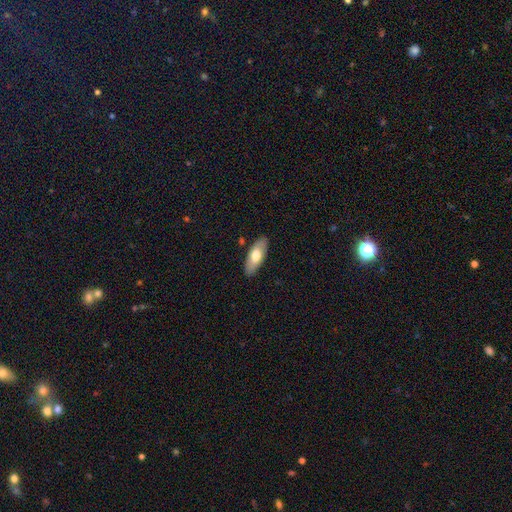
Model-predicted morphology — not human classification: Smooth or featured?
  - smooth: 66% *
  - featured or disk: 28%
  - star or artifact: 6%
How rounded?
  - in between: 81% *
  - cigar-shaped: 17%
  - round: 2%
Merging?
  - none: 88% *
  - minor disturbance: 9%
  - major disturbance: 2%
  - merger: 1%